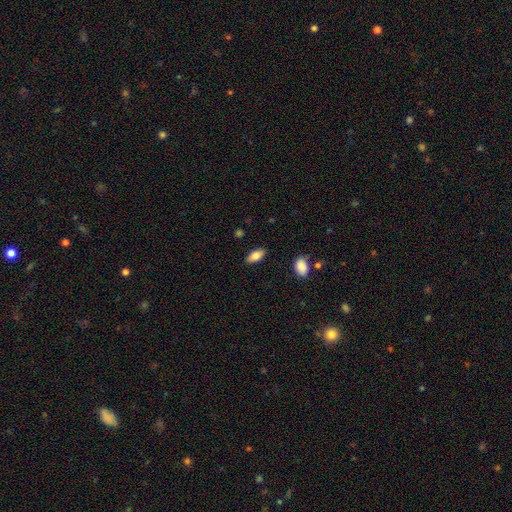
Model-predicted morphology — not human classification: A smooth galaxy with no disk features (81%) that is in between round and cigar-shaped (87%). Merging: none (87%).